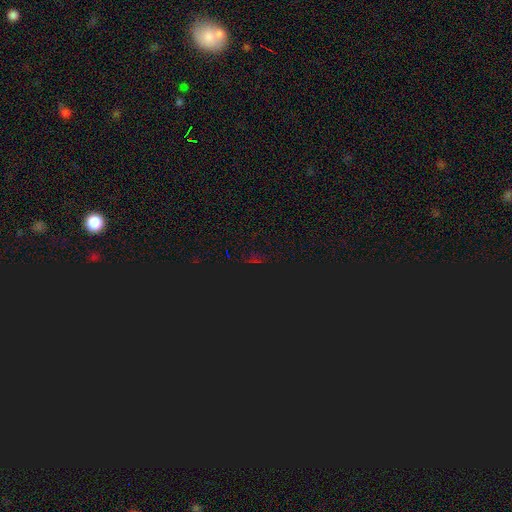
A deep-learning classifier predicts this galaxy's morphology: Overall: star or artifact (79%).